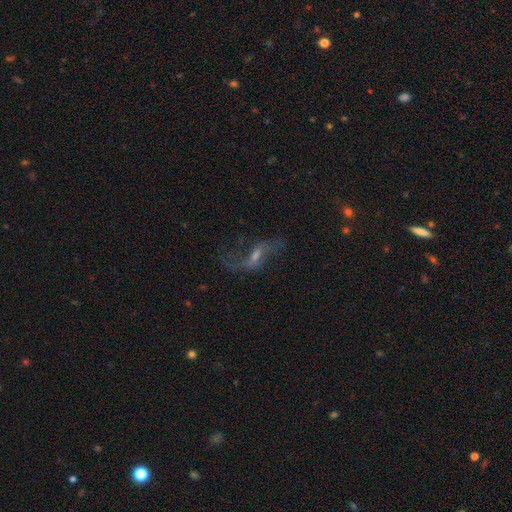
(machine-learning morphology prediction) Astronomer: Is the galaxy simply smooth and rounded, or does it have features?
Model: featured or disk — 74%.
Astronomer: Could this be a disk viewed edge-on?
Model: no — 90%.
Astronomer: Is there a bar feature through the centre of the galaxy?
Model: weak — 47% (runner-up: no, 27%).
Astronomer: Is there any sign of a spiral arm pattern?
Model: yes — 86%.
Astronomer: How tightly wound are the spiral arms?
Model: loose — 87%.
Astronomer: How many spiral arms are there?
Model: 2 — 86%.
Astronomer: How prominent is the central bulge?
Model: small — 46% (runner-up: moderate, 37%).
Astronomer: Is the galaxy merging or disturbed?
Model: none — 60%.